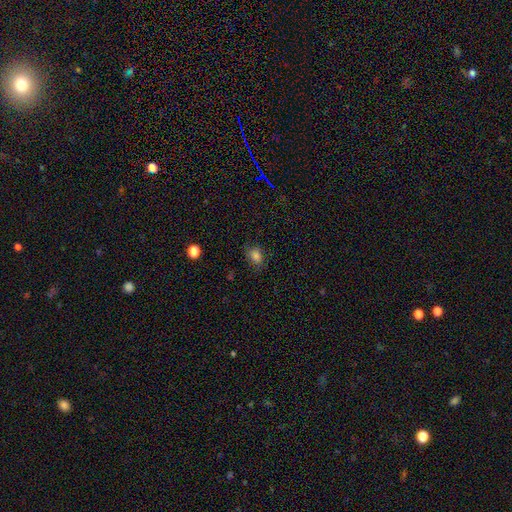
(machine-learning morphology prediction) This is clearly a smooth galaxy (81%). How rounded: likely in between (61%). Merging: likely none (77%).